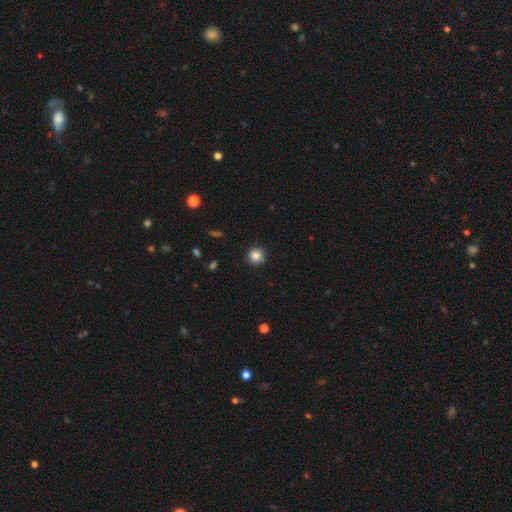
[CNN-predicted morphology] This is clearly a smooth galaxy (85%). How rounded: clearly round (95%). Merging: clearly none (92%).